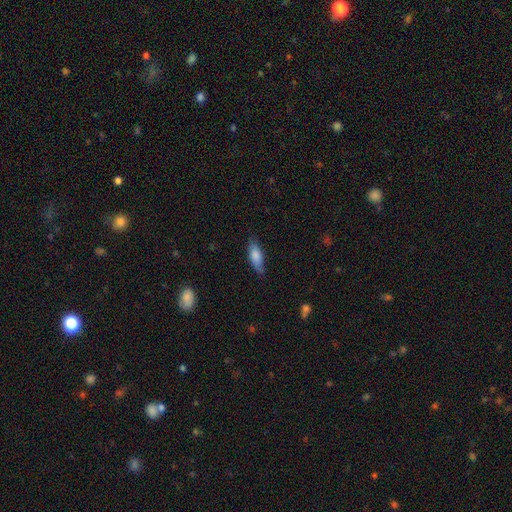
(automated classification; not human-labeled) Smooth or featured?
  - smooth: 78% *
  - featured or disk: 16%
  - star or artifact: 6%
How rounded?
  - in between: 64% *
  - cigar-shaped: 34%
  - round: 2%
Merging?
  - none: 73% *
  - minor disturbance: 22%
  - major disturbance: 4%
  - merger: 1%